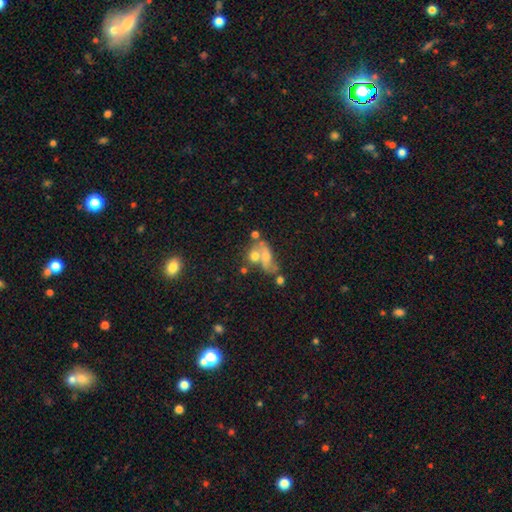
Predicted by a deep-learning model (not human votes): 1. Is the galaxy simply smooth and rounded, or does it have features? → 50% smooth, 36% featured or disk, 14% star or artifact.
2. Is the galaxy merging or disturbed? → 46% merger, 28% none, 14% minor disturbance, 13% major disturbance.